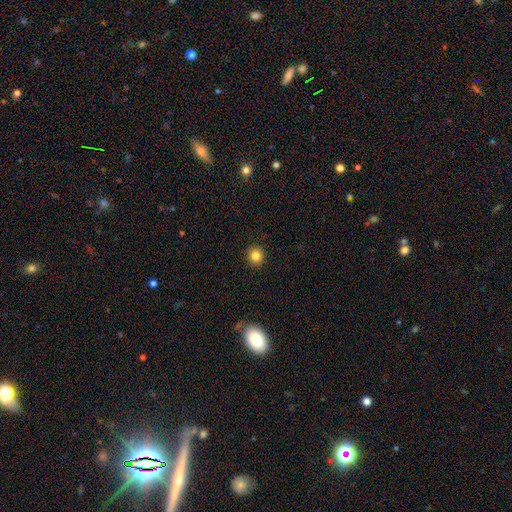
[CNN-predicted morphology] smooth_or_featured: smooth (p=0.83) [alt: star or artifact p=0.12]
how_rounded: round (p=0.90) [alt: in between p=0.09]
merging: none (p=0.92) [alt: minor disturbance p=0.06]